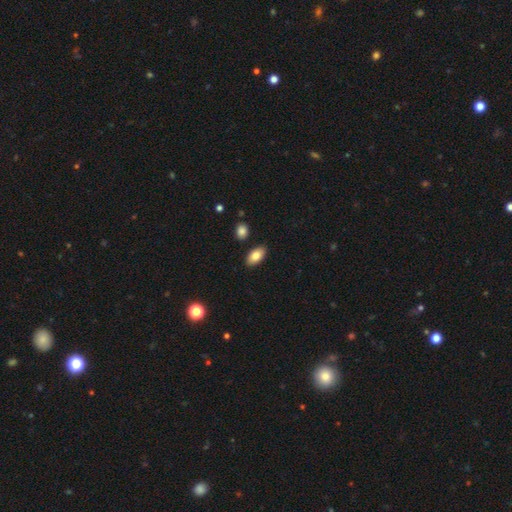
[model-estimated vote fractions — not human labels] Overall: smooth (83%). How rounded: in between (93%). Merging: none (87%).